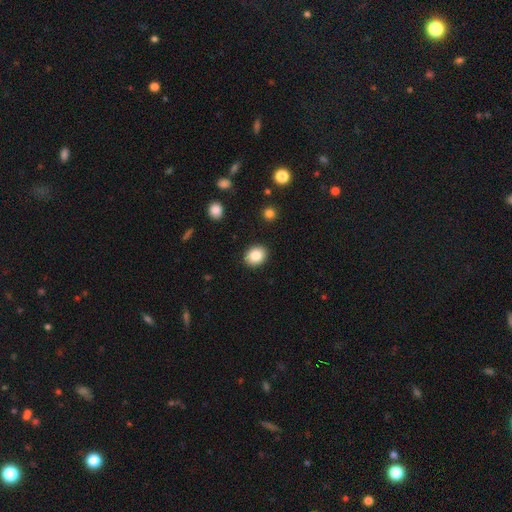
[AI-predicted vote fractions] smooth_or_featured: smooth (p=0.86) [alt: star or artifact p=0.08]
how_rounded: round (p=0.50) [alt: in between p=0.49]
merging: none (p=0.90) [alt: minor disturbance p=0.07]